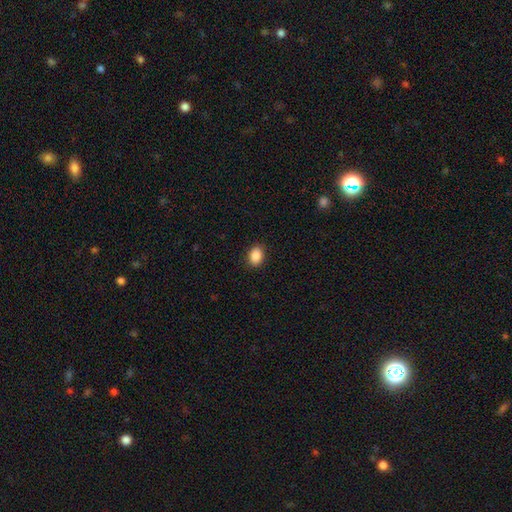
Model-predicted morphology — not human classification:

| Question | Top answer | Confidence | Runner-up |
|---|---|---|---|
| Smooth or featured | smooth | 88% | star or artifact (8%) |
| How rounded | in between | 72% | round (27%) |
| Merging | none | 89% | minor disturbance (8%) |